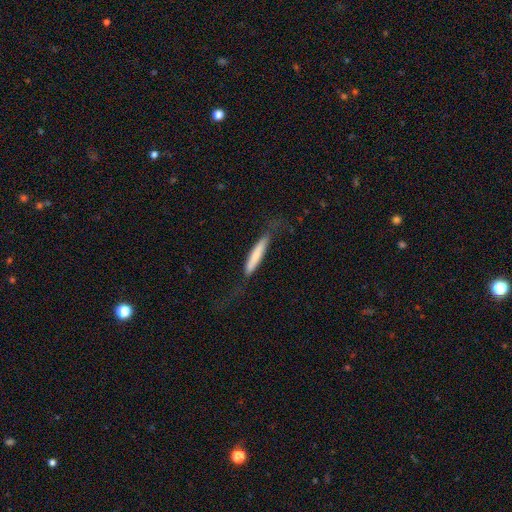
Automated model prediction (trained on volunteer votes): Smooth or featured: smooth — 64% (featured or disk — 31%)
How rounded: cigar-shaped — 91% (in between — 8%)
Merging: none — 63% (minor disturbance — 23%)